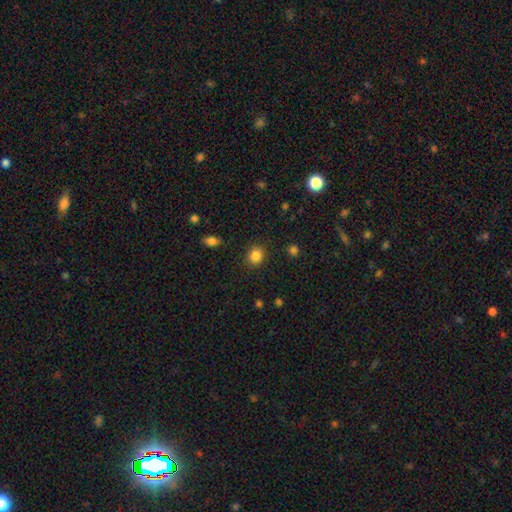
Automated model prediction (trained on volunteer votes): smooth-or-featured: smooth: 85% | star or artifact: 11% | featured or disk: 4%
  how-rounded: round: 76% | in between: 23% | cigar-shaped: 1%
  merging: none: 88% | minor disturbance: 8% | major disturbance: 3% | merger: 2%